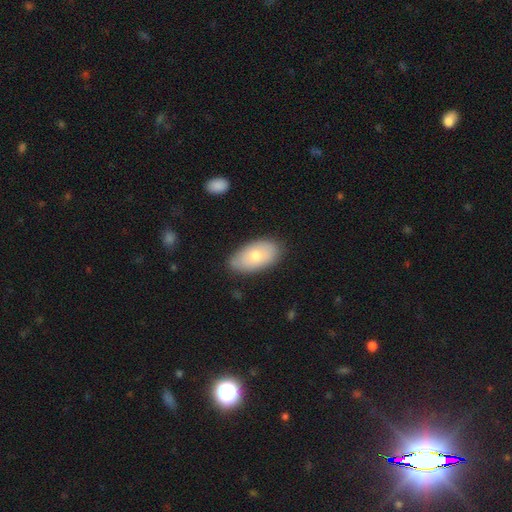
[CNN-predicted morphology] This is likely a smooth galaxy (69%). How rounded: clearly in between (94%). Merging: clearly none (81%).